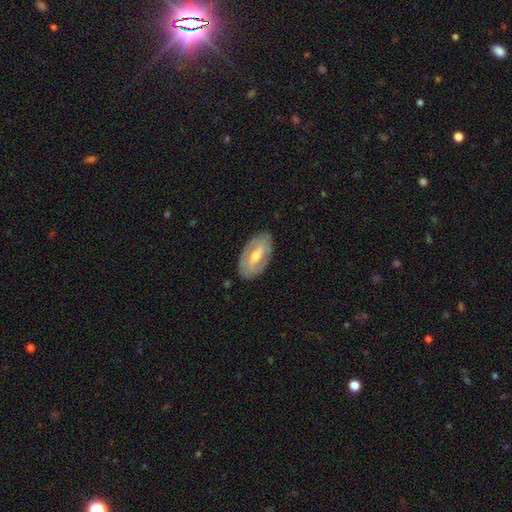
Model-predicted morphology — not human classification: Smooth or featured? featured or disk (70%)
Edge-on disk? no (90%)
Bar? strong (44%)
Spiral arms? yes (63%)
Bulge size? moderate (57%)
Merging? none (84%)